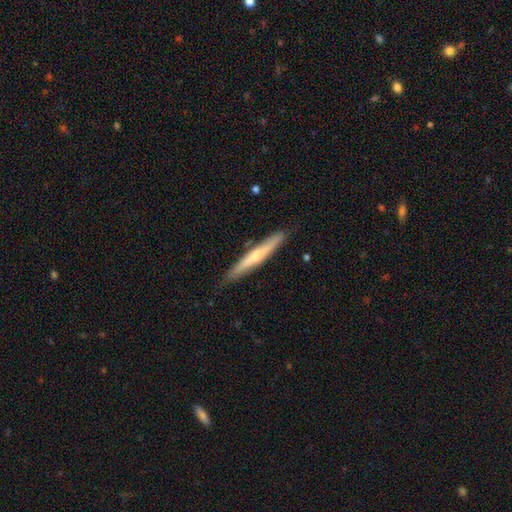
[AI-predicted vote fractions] Smooth or featured: featured or disk — 49% (smooth — 45%)
Merging: none — 87% (minor disturbance — 10%)